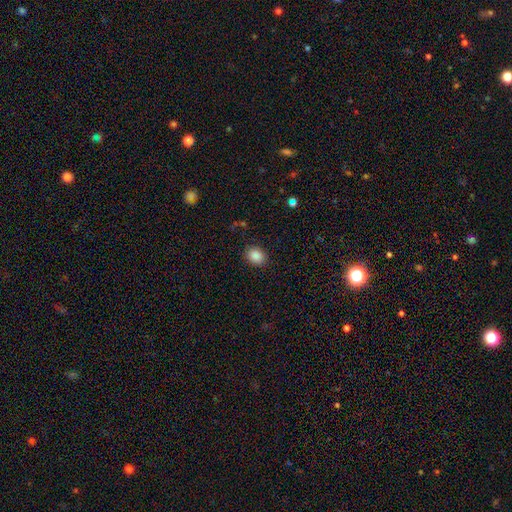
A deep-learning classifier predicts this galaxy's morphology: smooth_or_featured: smooth (p=0.88) [alt: star or artifact p=0.09]
how_rounded: in between (p=0.52) [alt: round p=0.47]
merging: none (p=0.88) [alt: minor disturbance p=0.08]